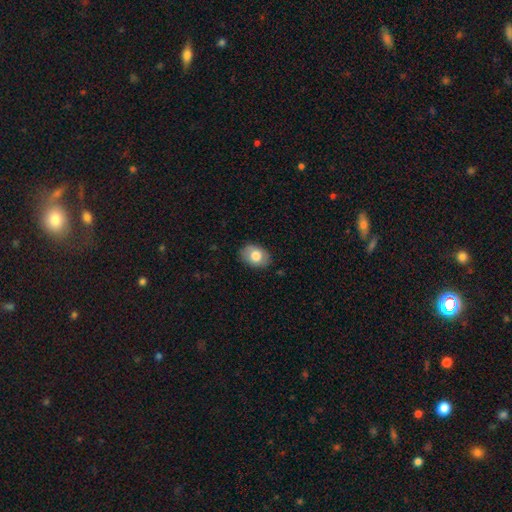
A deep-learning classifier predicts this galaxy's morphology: Overall: smooth (78%). How rounded: in between (79%). Merging: none (84%).